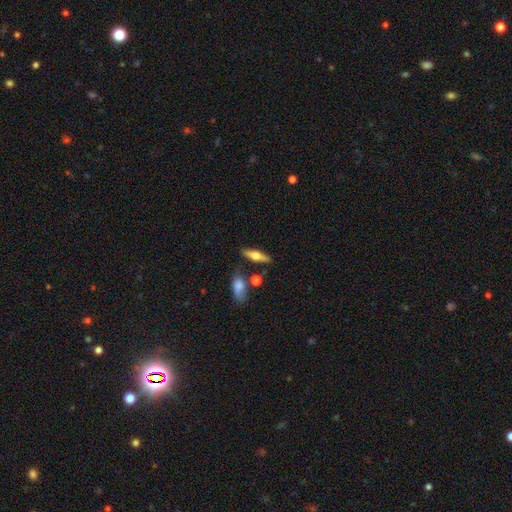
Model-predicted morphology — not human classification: Smooth or featured?
  - featured or disk: 51% *
  - smooth: 42%
  - star or artifact: 6%
Edge-on disk?
  - yes: 91% *
  - no: 9%
Merging?
  - none: 78% *
  - minor disturbance: 12%
  - merger: 7%
  - major disturbance: 3%